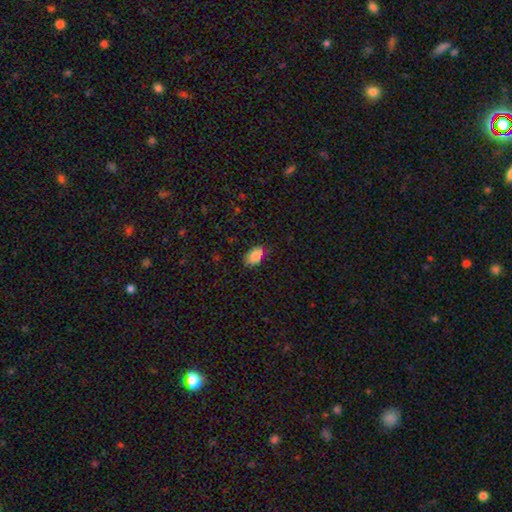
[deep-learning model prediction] Smooth or featured: smooth — 86% (star or artifact — 8%)
How rounded: in between — 89% (round — 9%)
Merging: none — 73% (minor disturbance — 22%)